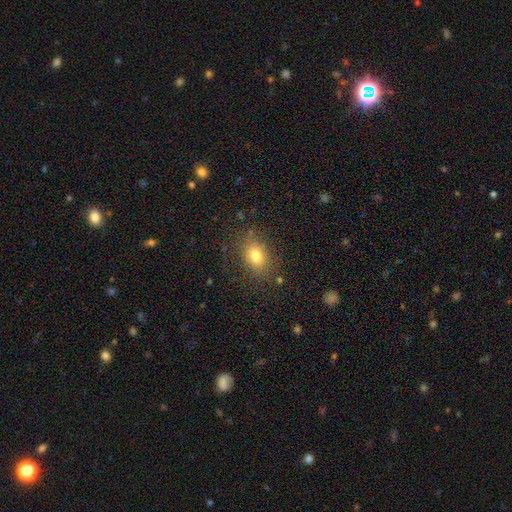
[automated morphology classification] This is likely a smooth galaxy (78%). How rounded: likely in between (63%). Merging: likely none (79%).